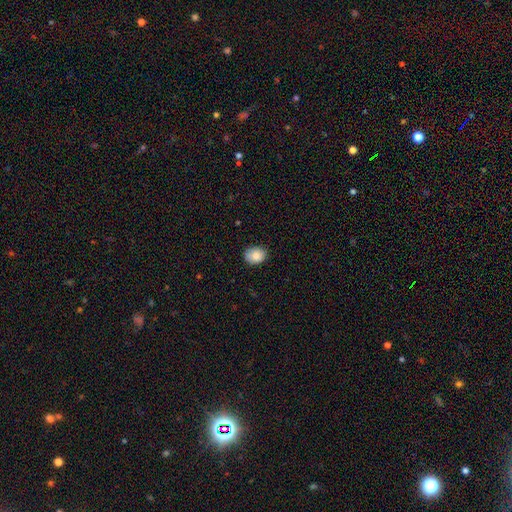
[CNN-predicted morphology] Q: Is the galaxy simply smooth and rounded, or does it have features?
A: smooth — 87%.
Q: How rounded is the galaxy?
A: in between — 58%.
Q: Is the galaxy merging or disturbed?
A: none — 78%.